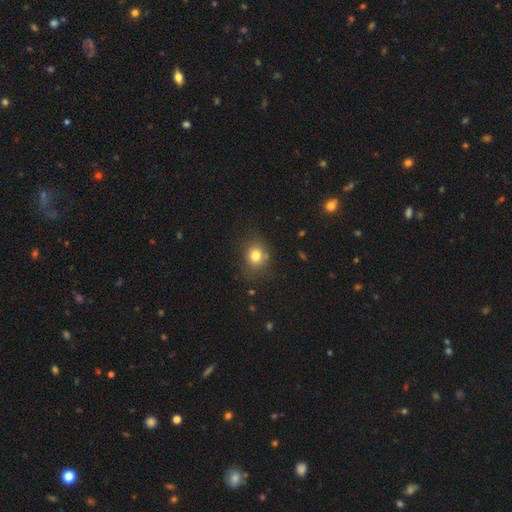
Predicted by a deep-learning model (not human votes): Smooth or featured? Predicted: smooth (p=0.79). How rounded? Predicted: round (p=0.68). Merging? Predicted: none (p=0.77).